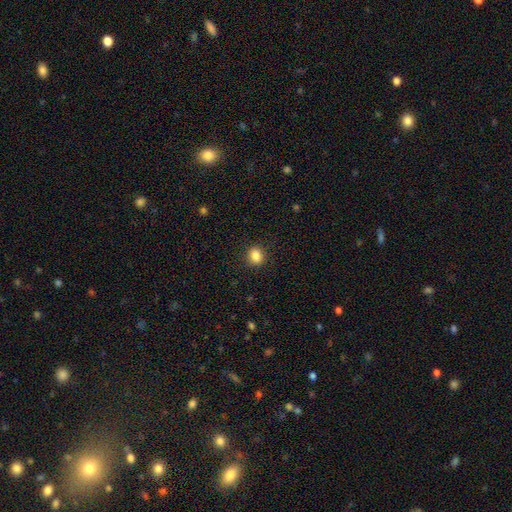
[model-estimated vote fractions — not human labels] smooth_or_featured: smooth (p=0.86) [alt: star or artifact p=0.10]
how_rounded: in between (p=0.50) [alt: round p=0.49]
merging: none (p=0.87) [alt: minor disturbance p=0.09]